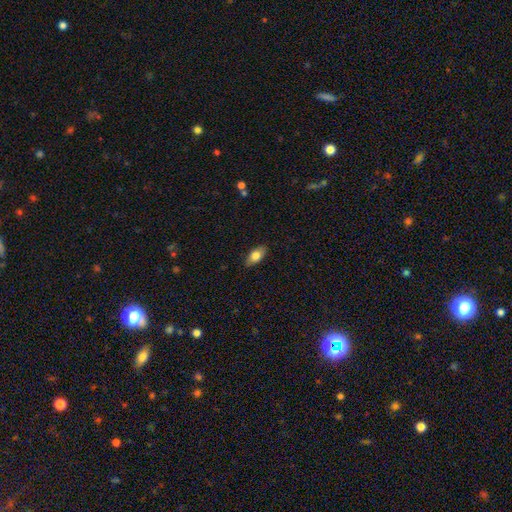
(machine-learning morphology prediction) Smooth or featured? Predicted: smooth (p=0.78). How rounded? Predicted: in between (p=0.89). Merging? Predicted: none (p=0.86).